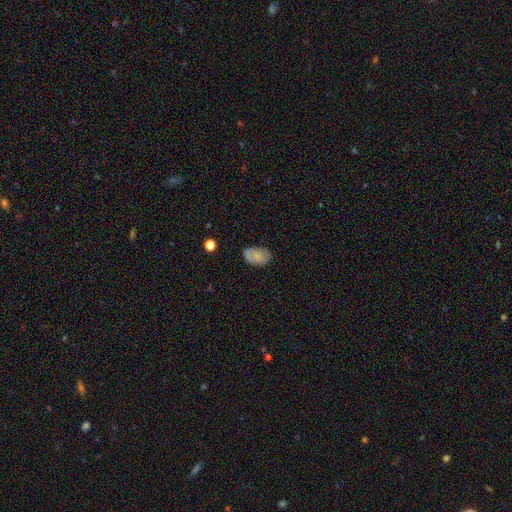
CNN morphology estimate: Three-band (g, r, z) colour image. It shows a smooth galaxy with no disk features (73%) that is in between round and cigar-shaped (89%). Merging: none (74%).